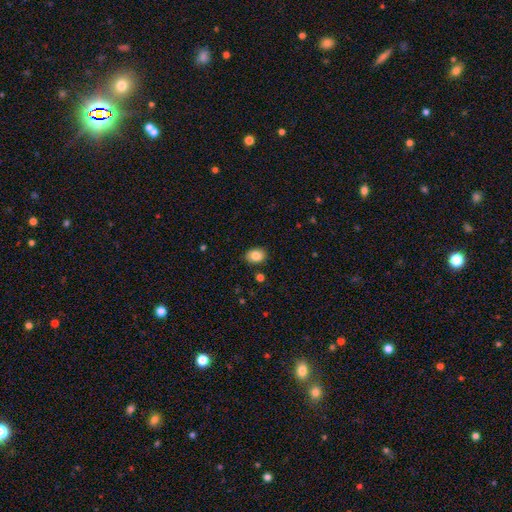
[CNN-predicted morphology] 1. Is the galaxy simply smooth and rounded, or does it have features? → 86% smooth, 8% star or artifact, 6% featured or disk.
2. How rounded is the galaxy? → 67% in between, 32% round, 1% cigar-shaped.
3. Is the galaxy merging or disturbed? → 87% none, 9% minor disturbance, 2% major disturbance, 2% merger.